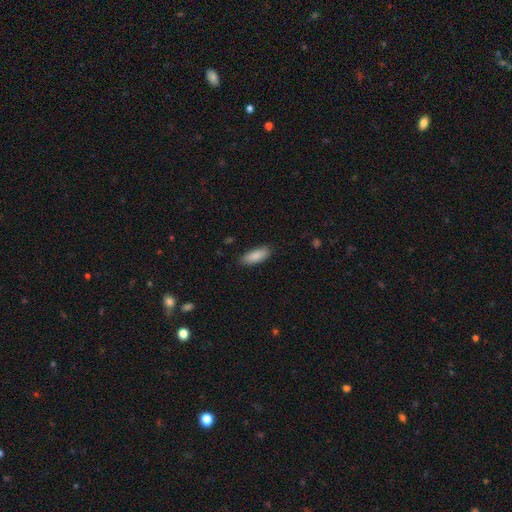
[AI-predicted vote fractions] This is clearly a smooth galaxy (88%). How rounded: likely in between (73%). Merging: clearly none (87%).